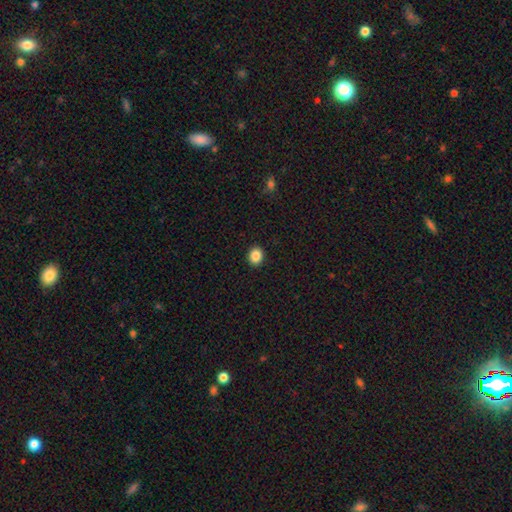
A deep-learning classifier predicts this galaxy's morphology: Smooth or featured? Predicted: smooth (p=0.87). How rounded? Predicted: round (p=0.65). Merging? Predicted: none (p=0.92).